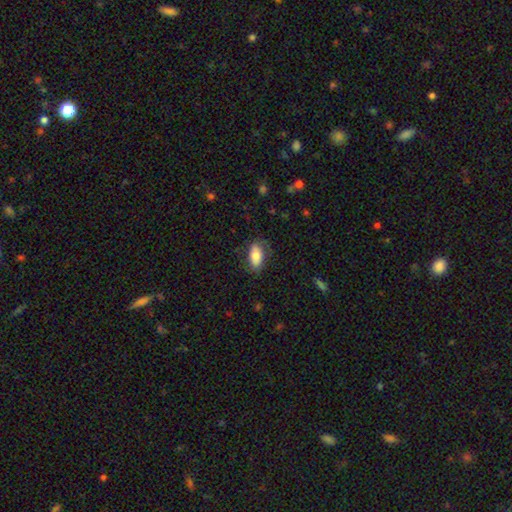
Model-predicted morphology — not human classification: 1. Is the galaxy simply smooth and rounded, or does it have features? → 77% smooth, 16% featured or disk, 7% star or artifact.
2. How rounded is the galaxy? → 90% in between, 7% cigar-shaped, 4% round.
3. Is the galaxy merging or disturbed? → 77% none, 16% minor disturbance, 5% major disturbance, 1% merger.